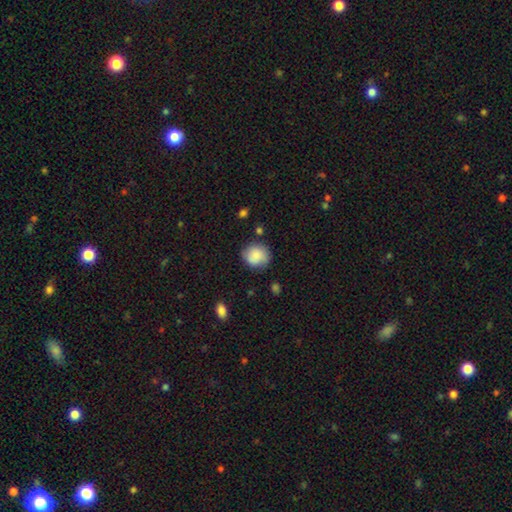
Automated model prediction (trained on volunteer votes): A smooth galaxy with no disk features (79%) that is round (84%).

Vote fractions:
- Smooth or featured? smooth: 79% / featured or disk: 13% / star or artifact: 8%
- How rounded? round: 84% / in between: 15% / cigar-shaped: 1%
- Merging? none: 75% / minor disturbance: 18% / major disturbance: 4% / merger: 3%